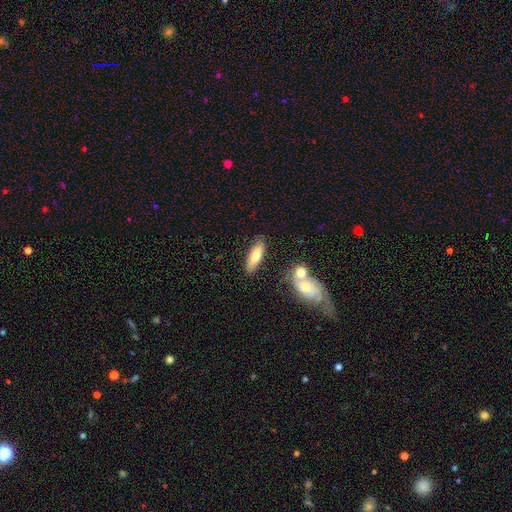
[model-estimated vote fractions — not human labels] A smooth galaxy with no disk features (68%) that is cigar-shaped (52%).

Vote fractions:
- Smooth or featured? smooth: 68% / featured or disk: 25% / star or artifact: 6%
- How rounded? cigar-shaped: 52% / in between: 46% / round: 2%
- Merging? none: 77% / minor disturbance: 12% / merger: 9% / major disturbance: 3%